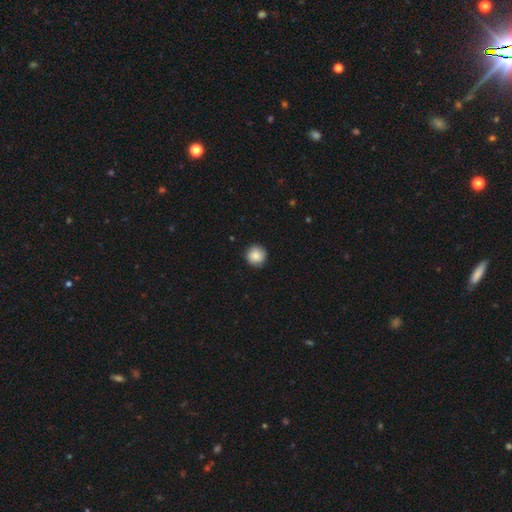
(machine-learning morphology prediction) Q: Smooth or featured?
A: smooth (86%); runner-up: star or artifact (8%)
Q: How rounded?
A: round (94%); runner-up: in between (5%)
Q: Merging?
A: none (89%); runner-up: minor disturbance (8%)